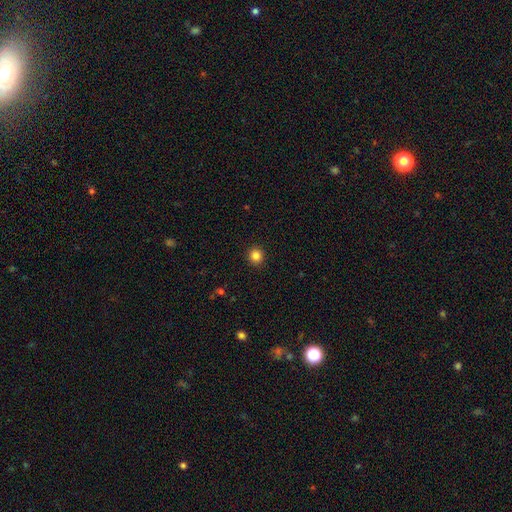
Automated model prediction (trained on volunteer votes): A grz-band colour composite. It shows a smooth galaxy with no disk features (84%) that is round (93%). Merging: none (93%).